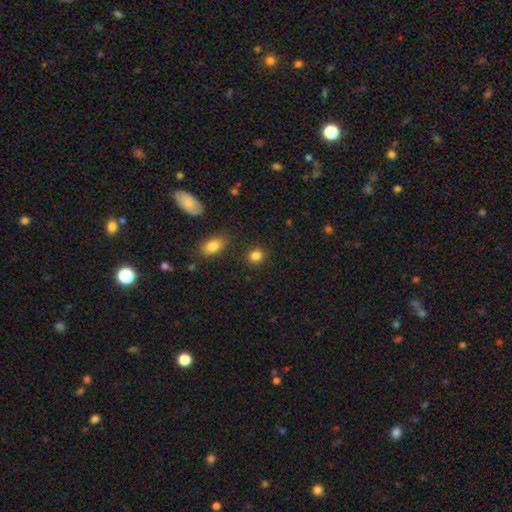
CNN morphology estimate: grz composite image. It shows a smooth galaxy with no disk features (85%) that is round (70%). Merging: none (87%).